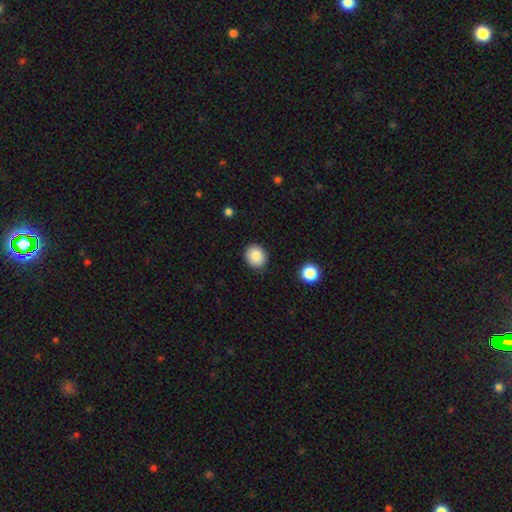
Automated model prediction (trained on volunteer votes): Smooth or featured? smooth (85%)
How rounded? round (76%)
Merging? none (89%)